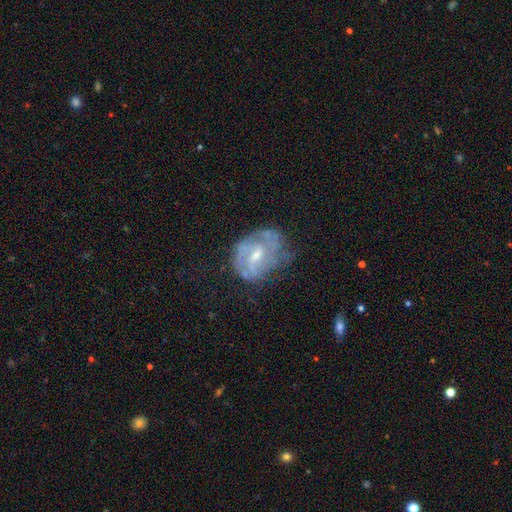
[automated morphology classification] Smooth or featured: featured or disk — 73% (smooth — 19%)
Edge-on disk: no — 97% (yes — 3%)
Bar: weak — 55% (no — 34%)
Spiral arms: yes — 79% (no — 21%)
Spiral winding: tight — 45% (medium — 39%)
Spiral arm count: can't tell — 38% (2 — 35%)
Bulge size: moderate — 48% (small — 43%)
Merging: none — 50% (minor disturbance — 29%)